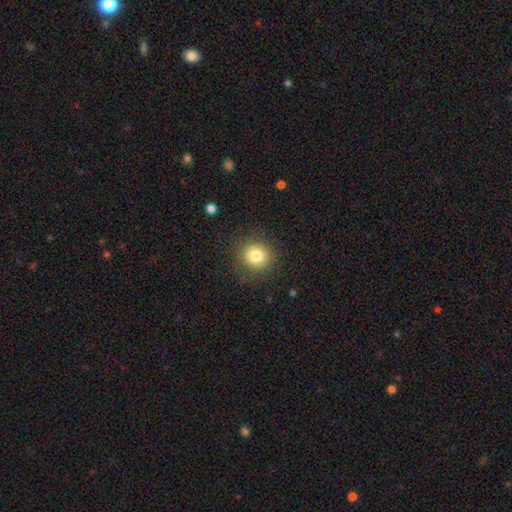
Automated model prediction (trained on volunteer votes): smooth_or_featured: smooth (p=0.81) [alt: star or artifact p=0.11]
how_rounded: round (p=0.89) [alt: in between p=0.10]
merging: none (p=0.86) [alt: minor disturbance p=0.09]